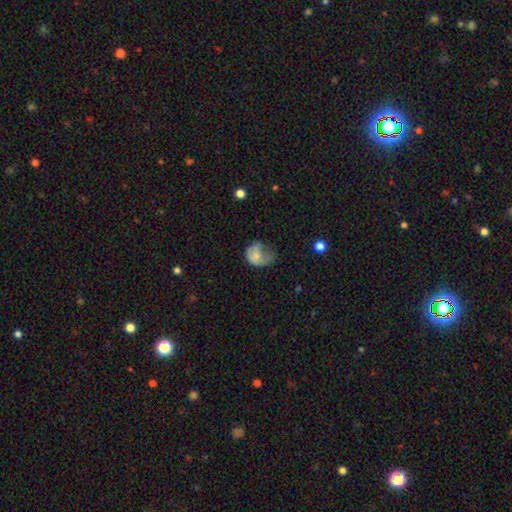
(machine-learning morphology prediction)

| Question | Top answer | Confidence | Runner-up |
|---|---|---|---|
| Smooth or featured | smooth | 68% | featured or disk (23%) |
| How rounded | in between | 50% | round (49%) |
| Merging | major disturbance | 43% | minor disturbance (32%) |